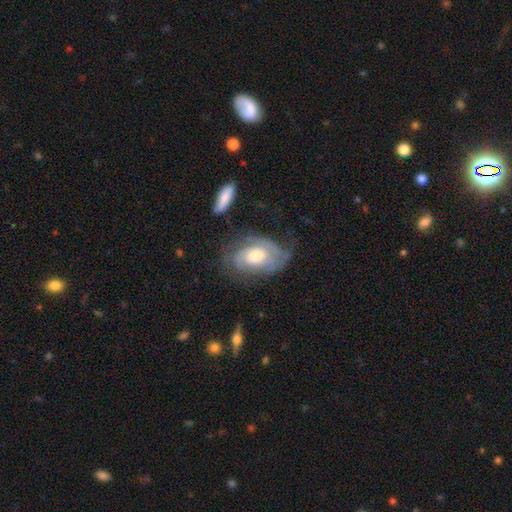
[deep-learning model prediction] Q: Smooth or featured?
A: featured or disk (73%); runner-up: smooth (21%)
Q: Edge-on disk?
A: no (95%); runner-up: yes (5%)
Q: Bar?
A: no (73%); runner-up: weak (22%)
Q: Spiral arms?
A: yes (86%); runner-up: no (14%)
Q: Spiral winding?
A: tight (56%); runner-up: medium (32%)
Q: Spiral arm count?
A: 2 (39%); runner-up: can't tell (36%)
Q: Bulge size?
A: moderate (65%); runner-up: small (17%)
Q: Merging?
A: none (53%); runner-up: minor disturbance (25%)